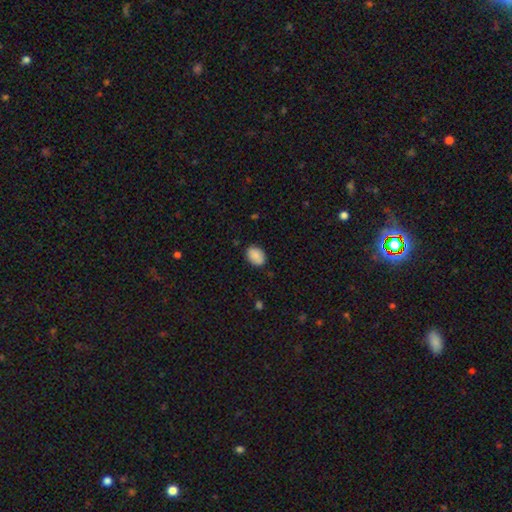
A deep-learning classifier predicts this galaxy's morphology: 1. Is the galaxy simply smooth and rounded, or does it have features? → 89% smooth, 7% star or artifact, 4% featured or disk.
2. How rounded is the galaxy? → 80% in between, 19% round, 1% cigar-shaped.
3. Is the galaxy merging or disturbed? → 86% none, 11% minor disturbance, 2% major disturbance, 1% merger.